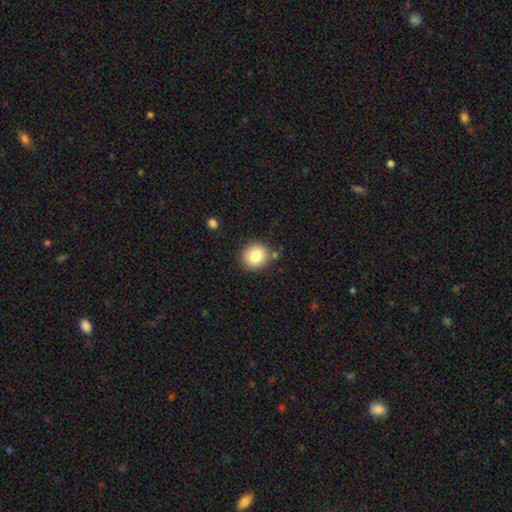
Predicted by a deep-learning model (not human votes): A smooth galaxy with no disk features (83%) that is round (84%).

Vote fractions:
- Smooth or featured? smooth: 83% / star or artifact: 9% / featured or disk: 8%
- How rounded? round: 84% / in between: 15% / cigar-shaped: 1%
- Merging? none: 82% / minor disturbance: 10% / merger: 5% / major disturbance: 3%